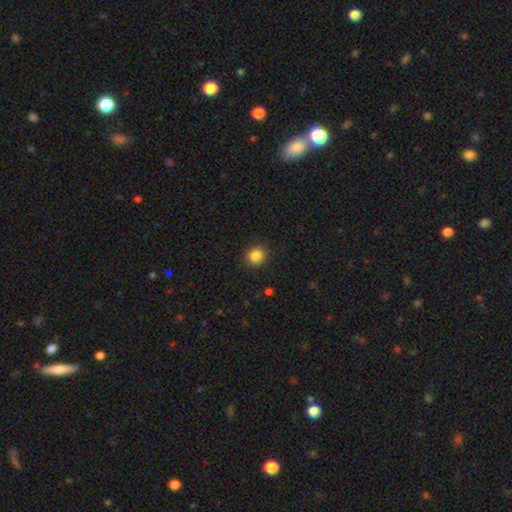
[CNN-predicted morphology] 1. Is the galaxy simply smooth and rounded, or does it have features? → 86% smooth, 10% star or artifact, 4% featured or disk.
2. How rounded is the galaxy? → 87% round, 13% in between, 1% cigar-shaped.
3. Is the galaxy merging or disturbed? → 90% none, 6% minor disturbance, 2% major disturbance, 1% merger.